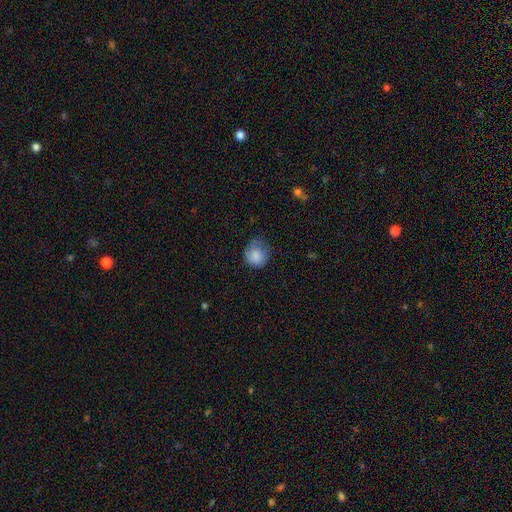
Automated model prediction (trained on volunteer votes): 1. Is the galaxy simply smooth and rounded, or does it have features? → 83% smooth, 10% featured or disk, 7% star or artifact.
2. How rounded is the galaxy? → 83% round, 16% in between, 1% cigar-shaped.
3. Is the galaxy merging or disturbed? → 55% none, 31% minor disturbance, 13% major disturbance, 1% merger.